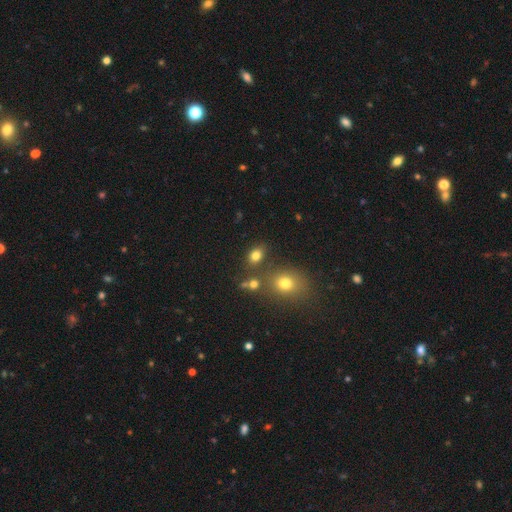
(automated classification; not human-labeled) Q: Smooth or featured?
A: smooth (79%); runner-up: star or artifact (13%)
Q: How rounded?
A: in between (68%); runner-up: round (31%)
Q: Merging?
A: none (72%); runner-up: merger (12%)